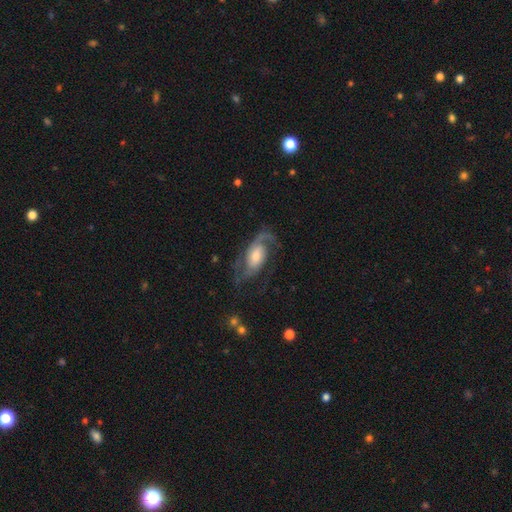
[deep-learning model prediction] Q: Smooth or featured?
A: featured or disk (83%); runner-up: smooth (11%)
Q: Edge-on disk?
A: no (95%); runner-up: yes (5%)
Q: Bar?
A: no (57%); runner-up: weak (35%)
Q: Spiral arms?
A: yes (95%); runner-up: no (5%)
Q: Spiral winding?
A: medium (48%); runner-up: loose (28%)
Q: Spiral arm count?
A: 2 (71%); runner-up: 1 (11%)
Q: Bulge size?
A: moderate (44%); runner-up: large (28%)
Q: Merging?
A: none (63%); runner-up: minor disturbance (18%)